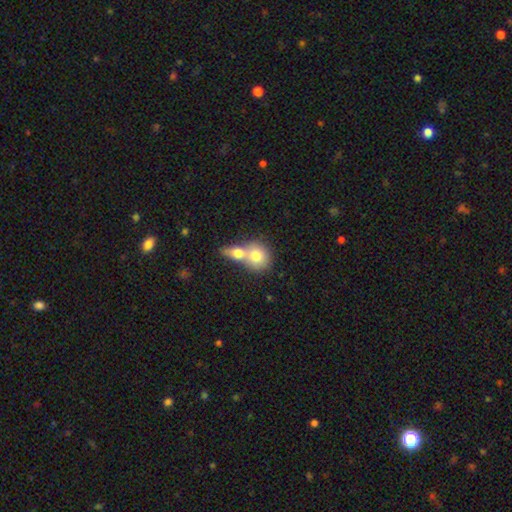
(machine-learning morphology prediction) Q: Smooth or featured?
A: smooth (74%); runner-up: featured or disk (19%)
Q: How rounded?
A: round (71%); runner-up: in between (27%)
Q: Merging?
A: merger (68%); runner-up: none (24%)